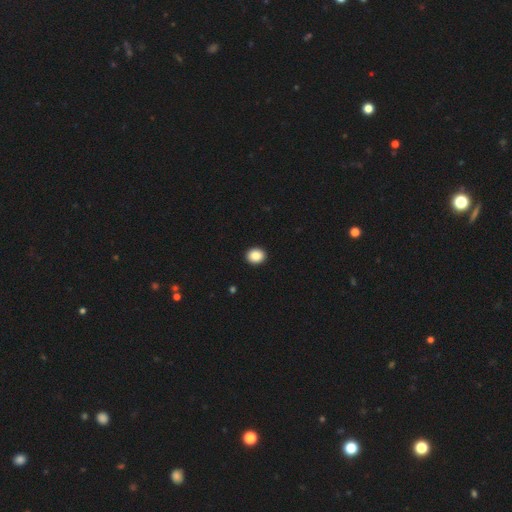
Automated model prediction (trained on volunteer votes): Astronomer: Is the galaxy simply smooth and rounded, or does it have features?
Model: smooth — 87%.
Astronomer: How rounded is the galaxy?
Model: round — 65%.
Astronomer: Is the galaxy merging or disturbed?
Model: none — 93%.